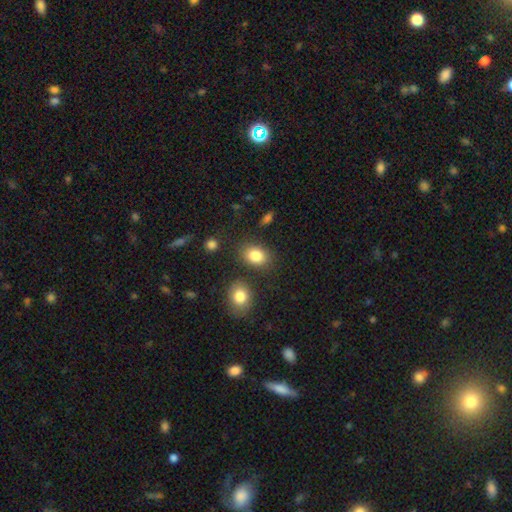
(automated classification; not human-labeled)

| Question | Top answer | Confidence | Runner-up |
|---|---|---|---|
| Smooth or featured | smooth | 84% | star or artifact (9%) |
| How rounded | in between | 69% | round (30%) |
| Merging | none | 77% | minor disturbance (12%) |